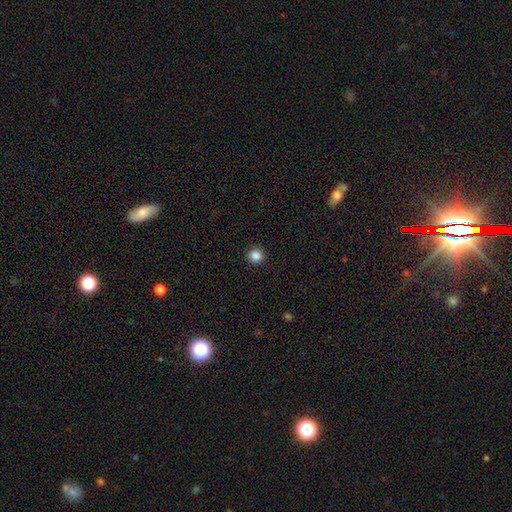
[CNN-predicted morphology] A smooth galaxy with no disk features (86%) that is round (95%). Merging: none (93%).